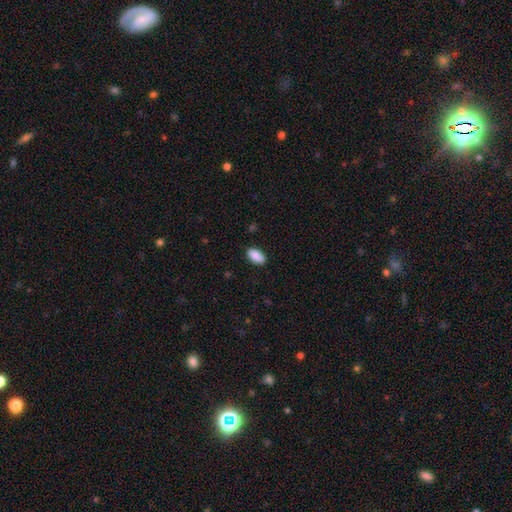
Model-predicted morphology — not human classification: This appears to be a smooth galaxy with no disk features (89%) that is in between round and cigar-shaped (94%). Merging: none (85%).